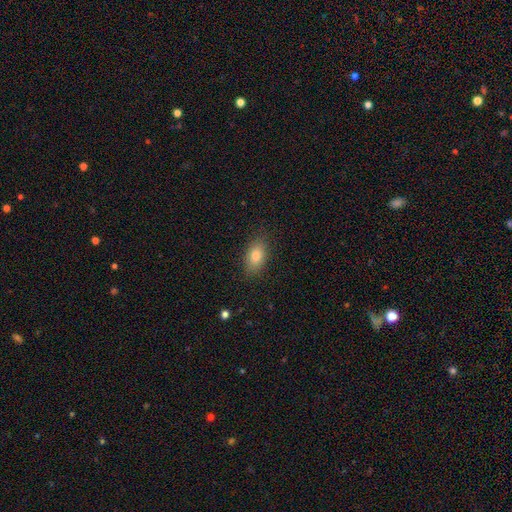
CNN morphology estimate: Smooth or featured?
  - smooth: 81% *
  - featured or disk: 10%
  - star or artifact: 9%
How rounded?
  - in between: 87% *
  - round: 7%
  - cigar-shaped: 5%
Merging?
  - none: 86% *
  - minor disturbance: 10%
  - major disturbance: 3%
  - merger: 1%